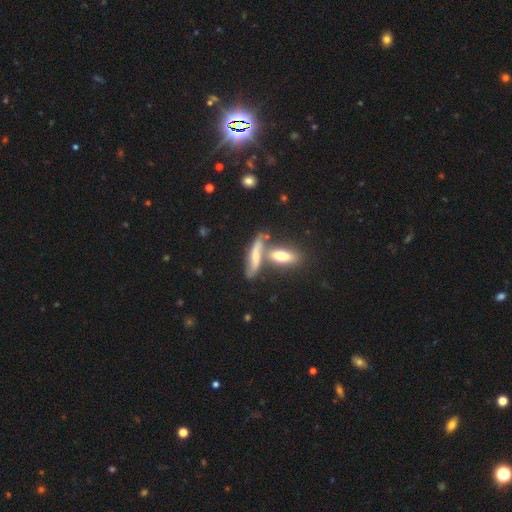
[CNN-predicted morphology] type=featured or disk (46%, tied with smooth); merging=none (46%).